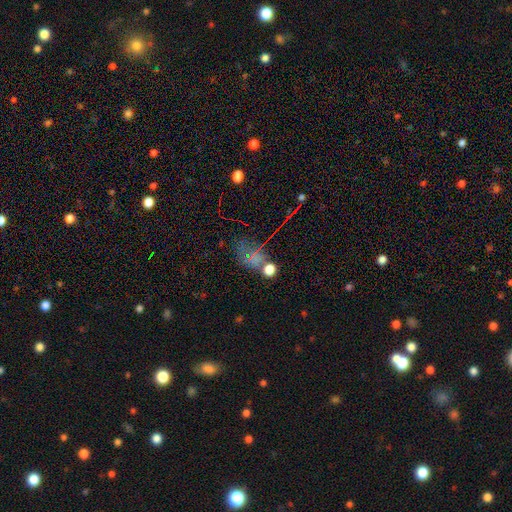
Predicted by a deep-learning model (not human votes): Smooth or featured? smooth (46%)
Merging? none (49%)